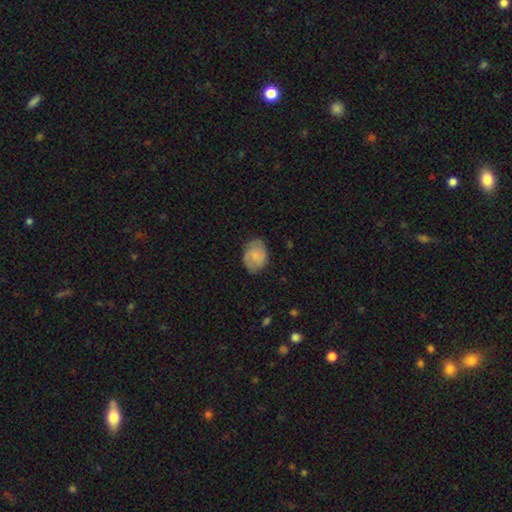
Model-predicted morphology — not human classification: Q: Smooth or featured?
A: smooth (58%); runner-up: featured or disk (35%)
Q: How rounded?
A: in between (66%); runner-up: round (33%)
Q: Merging?
A: none (68%); runner-up: minor disturbance (24%)